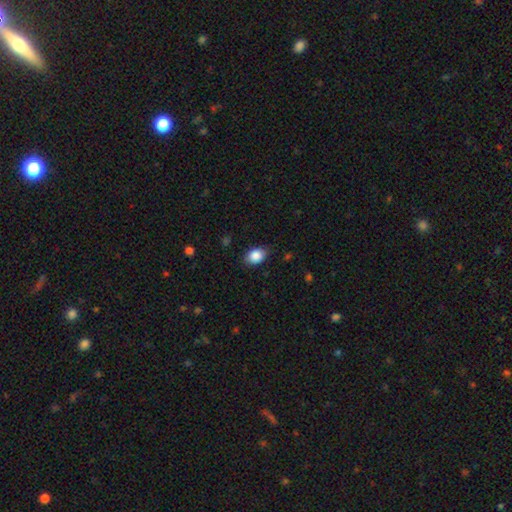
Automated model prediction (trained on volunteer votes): Morphology: type=smooth (87%); roundness=in between (77%); merging=none (81%).